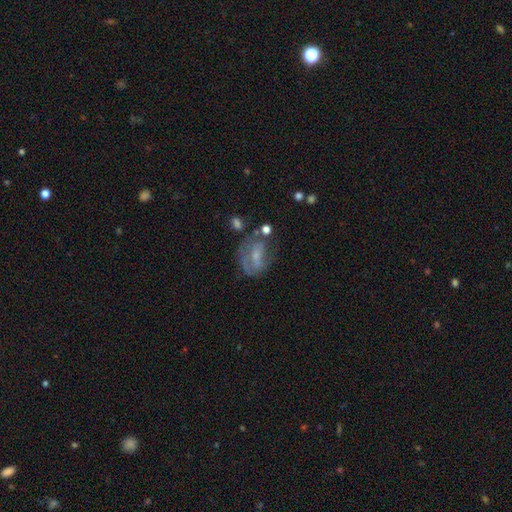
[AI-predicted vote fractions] Smooth or featured: featured or disk — 55% (smooth — 34%)
Edge-on disk: no — 94% (yes — 6%)
Bar: no — 46% (weak — 38%)
Spiral arms: no — 51% (yes — 49%)
Bulge size: small — 55% (moderate — 27%)
Merging: none — 42% (minor disturbance — 25%)